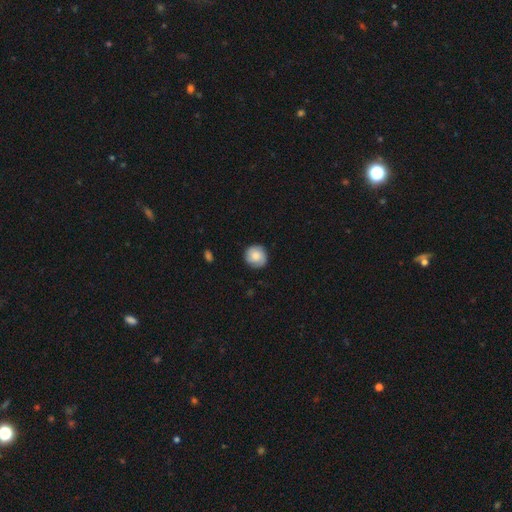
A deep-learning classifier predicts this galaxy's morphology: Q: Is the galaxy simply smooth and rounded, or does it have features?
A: smooth — 67%.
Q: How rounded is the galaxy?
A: round — 90%.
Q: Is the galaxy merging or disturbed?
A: none — 82%.